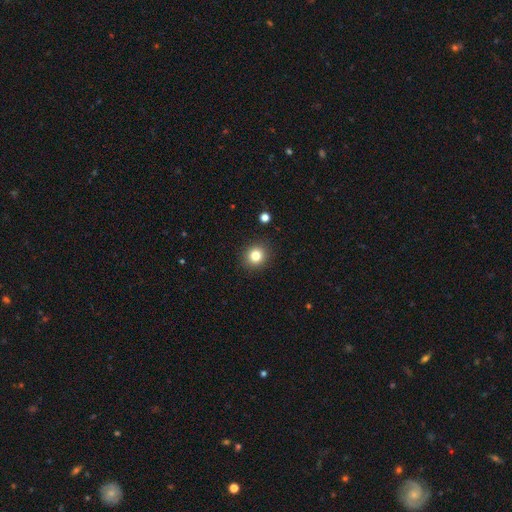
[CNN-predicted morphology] Smooth or featured? smooth (81%)
How rounded? round (88%)
Merging? none (91%)